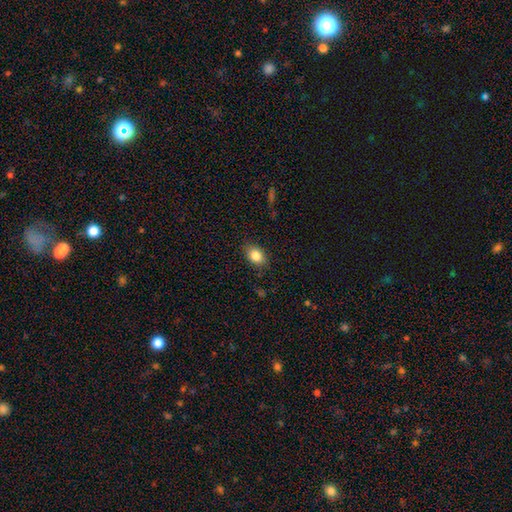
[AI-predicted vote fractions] Overall: smooth (84%). How rounded: in between (73%). Merging: none (84%).